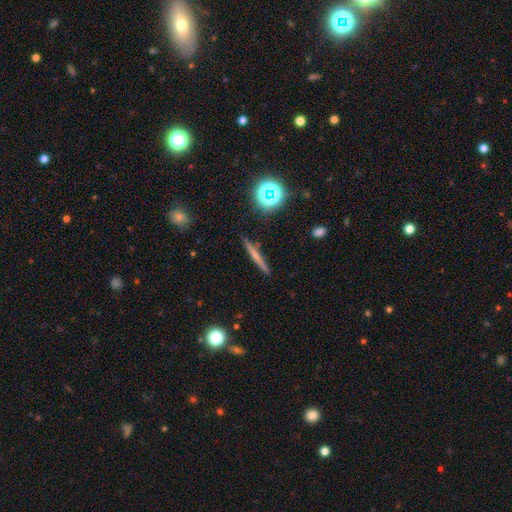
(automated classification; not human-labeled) Smooth or featured? smooth (48%)
Merging? none (88%)